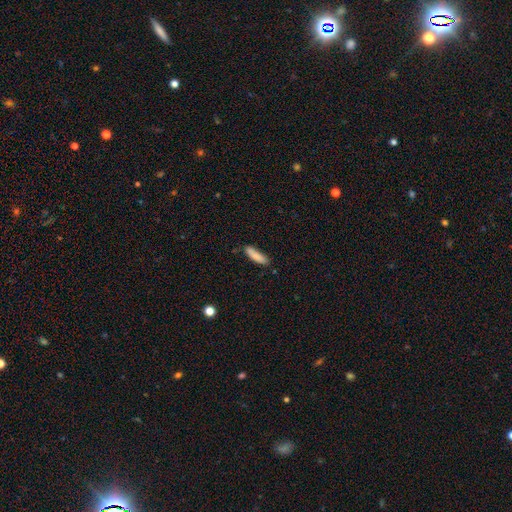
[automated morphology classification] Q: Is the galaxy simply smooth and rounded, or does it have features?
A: smooth — 85%.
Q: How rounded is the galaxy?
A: cigar-shaped — 67%.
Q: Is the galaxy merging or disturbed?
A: none — 79%.